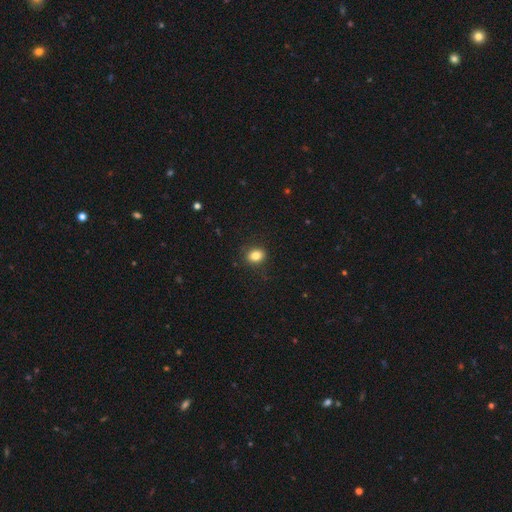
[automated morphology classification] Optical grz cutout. It shows a smooth galaxy with no disk features (84%) that is round (51%). Merging: none (87%).